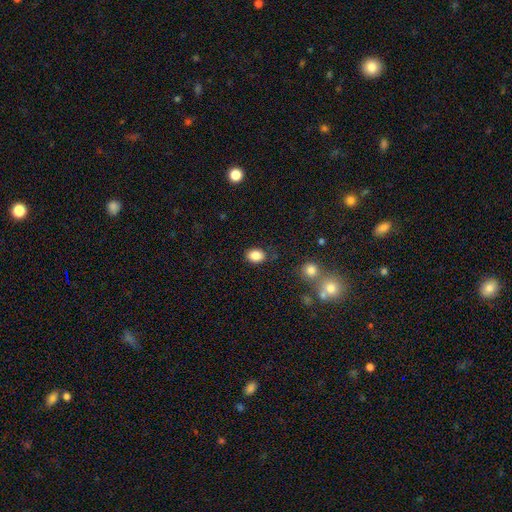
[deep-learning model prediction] This is clearly a smooth galaxy (86%). How rounded: likely in between (66%). Merging: clearly none (81%).